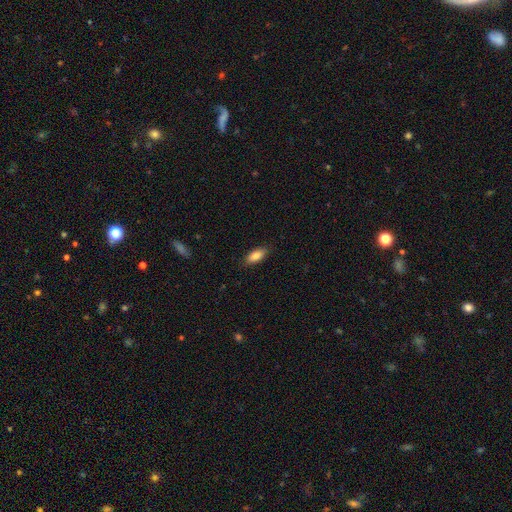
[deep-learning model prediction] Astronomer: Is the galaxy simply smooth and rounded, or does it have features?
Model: smooth — 84%.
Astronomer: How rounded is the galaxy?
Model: in between — 84%.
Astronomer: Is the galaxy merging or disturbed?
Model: none — 86%.